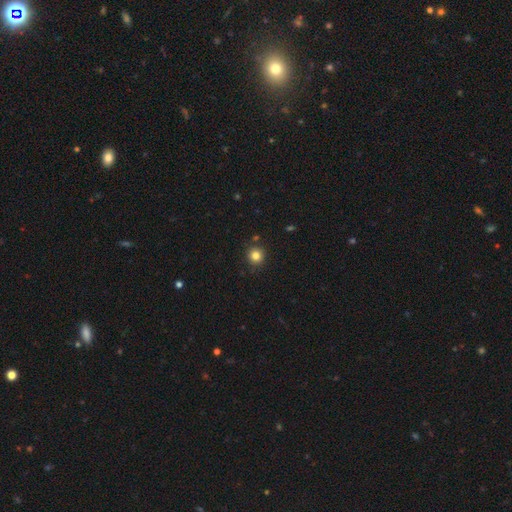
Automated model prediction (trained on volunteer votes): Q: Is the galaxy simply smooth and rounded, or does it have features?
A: smooth — 82%.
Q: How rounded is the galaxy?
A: round — 94%.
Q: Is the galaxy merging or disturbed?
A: none — 89%.